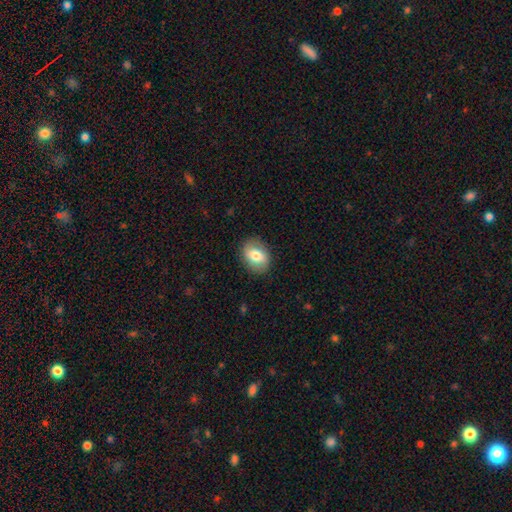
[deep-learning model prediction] This appears to be a smooth galaxy with no disk features (74%) that is in between round and cigar-shaped (70%). Merging: none (85%).